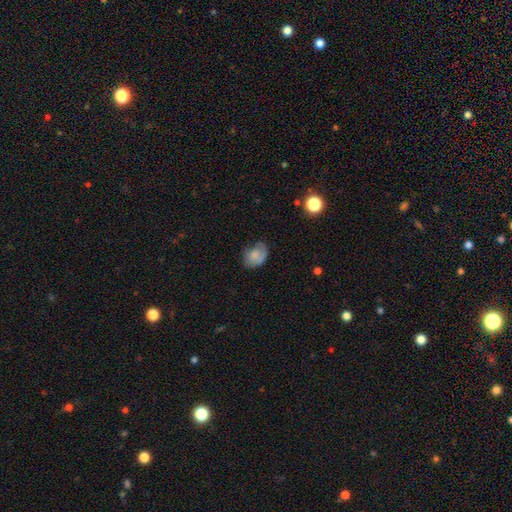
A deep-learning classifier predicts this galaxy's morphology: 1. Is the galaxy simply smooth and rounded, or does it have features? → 66% smooth, 24% featured or disk, 9% star or artifact.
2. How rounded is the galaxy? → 63% in between, 36% round, 1% cigar-shaped.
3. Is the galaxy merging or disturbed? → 50% none, 31% minor disturbance, 17% major disturbance, 2% merger.